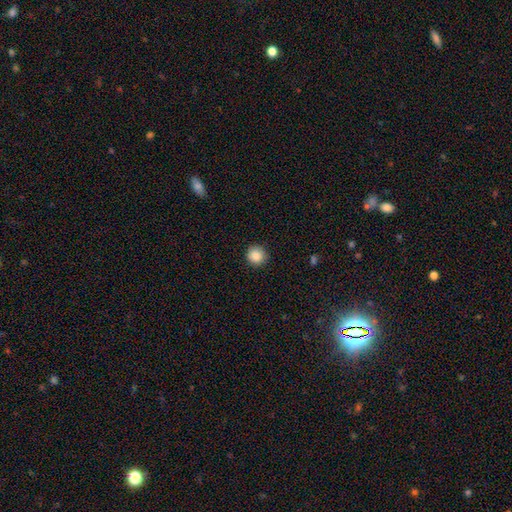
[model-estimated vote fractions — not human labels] Morphology: type=smooth (88%); roundness=round (95%); merging=none (91%).